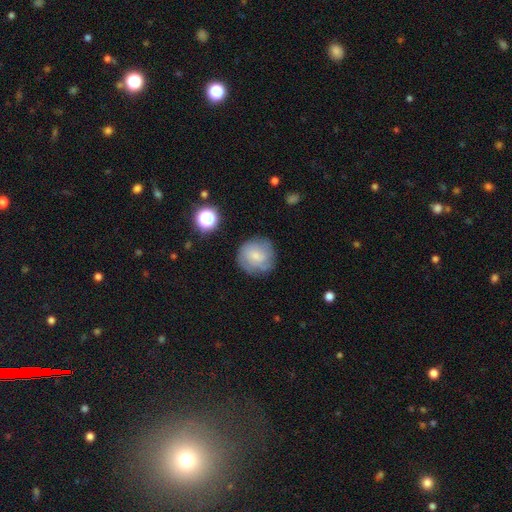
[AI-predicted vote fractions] A smooth galaxy with no disk features (60%) that is round (91%). Merging: none (75%).